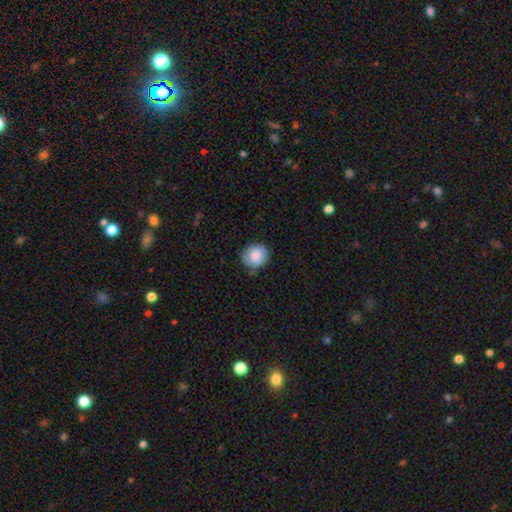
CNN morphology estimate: Smooth or featured? smooth (85%)
How rounded? round (79%)
Merging? none (76%)